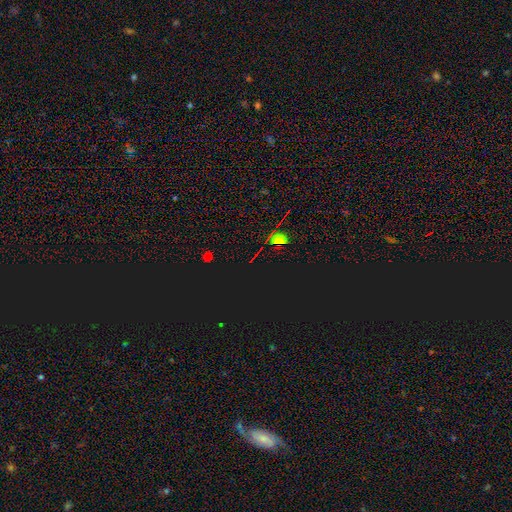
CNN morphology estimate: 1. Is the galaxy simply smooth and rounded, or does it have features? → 80% star or artifact, 13% smooth, 7% featured or disk.